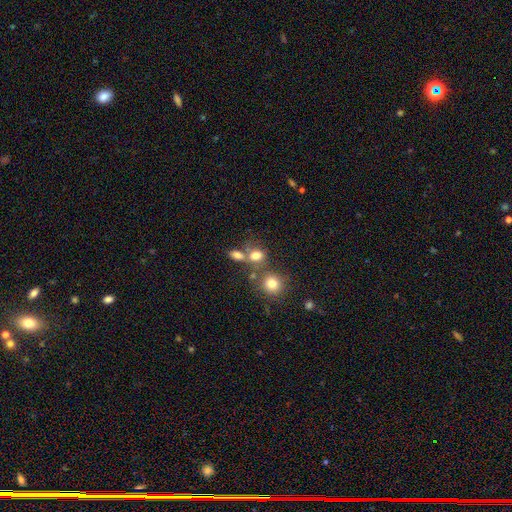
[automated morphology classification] smooth_or_featured: smooth (p=0.75) [alt: star or artifact p=0.14]
how_rounded: in between (p=0.53) [alt: round p=0.44]
merging: none (p=0.45) [alt: merger p=0.35]